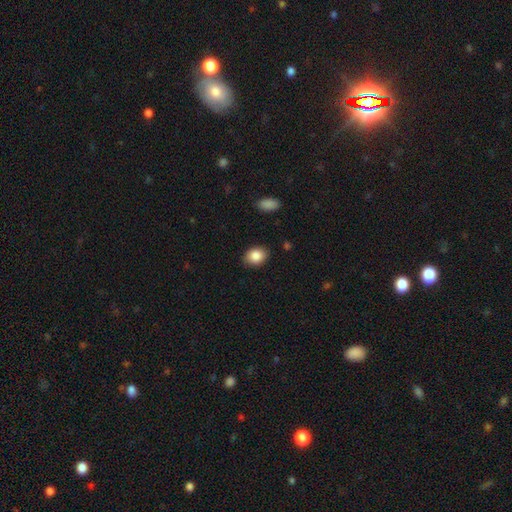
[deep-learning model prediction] smooth-or-featured: smooth: 86% | star or artifact: 8% | featured or disk: 6%
  how-rounded: in between: 72% | round: 27% | cigar-shaped: 1%
  merging: none: 87% | minor disturbance: 10% | major disturbance: 2% | merger: 1%